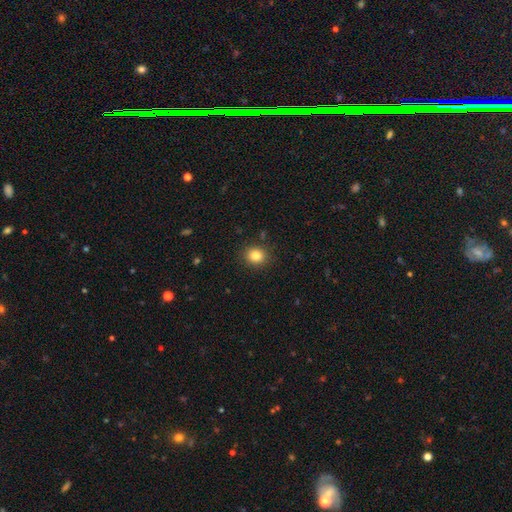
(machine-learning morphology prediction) A smooth galaxy with no disk features (84%) that is round (74%). Merging: none (89%).